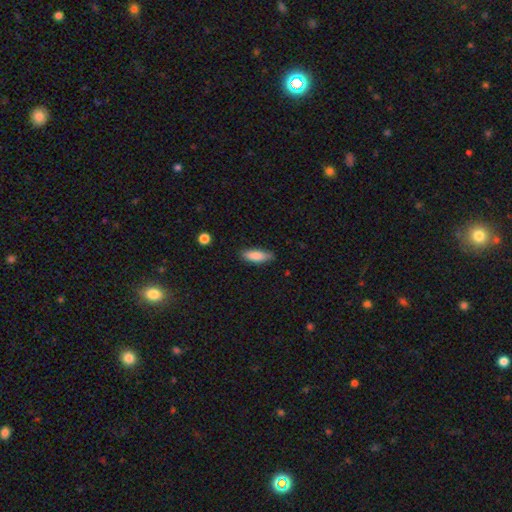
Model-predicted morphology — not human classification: smooth_or_featured: smooth (p=0.84) [alt: featured or disk p=0.10]
how_rounded: in between (p=0.62) [alt: cigar-shaped p=0.36]
merging: none (p=0.81) [alt: minor disturbance p=0.15]